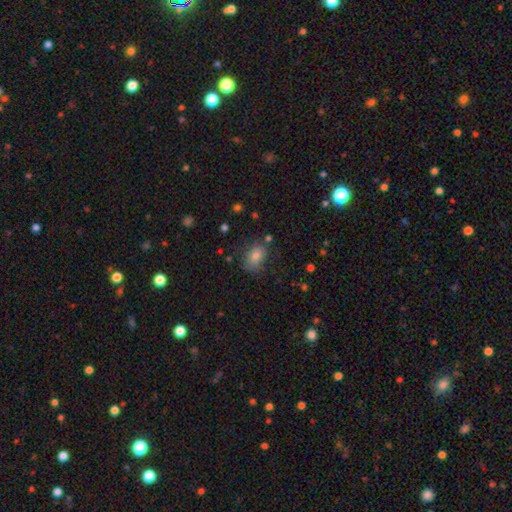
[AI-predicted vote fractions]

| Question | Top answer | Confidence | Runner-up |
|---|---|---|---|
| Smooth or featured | smooth | 75% | star or artifact (14%) |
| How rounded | in between | 77% | round (21%) |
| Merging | none | 74% | minor disturbance (18%) |